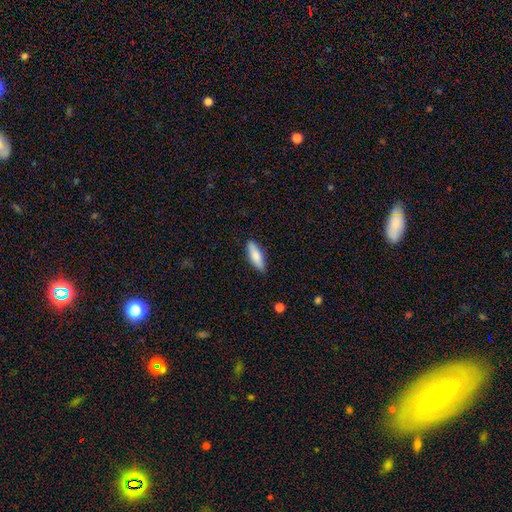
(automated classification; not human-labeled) A smooth galaxy with no disk features (78%) that is cigar-shaped (50%). Merging: none (87%).